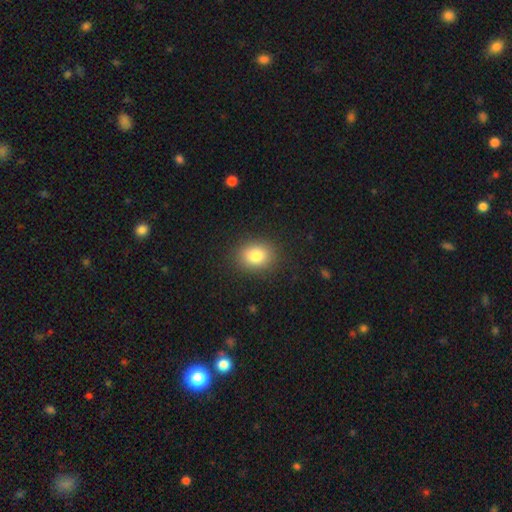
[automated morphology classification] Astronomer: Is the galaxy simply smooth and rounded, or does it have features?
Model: smooth — 82%.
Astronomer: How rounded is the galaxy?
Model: round — 52% (runner-up: in between, 47%).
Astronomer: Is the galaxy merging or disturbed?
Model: none — 88%.